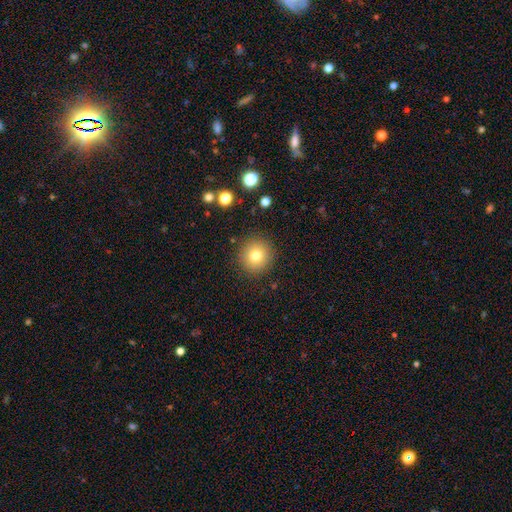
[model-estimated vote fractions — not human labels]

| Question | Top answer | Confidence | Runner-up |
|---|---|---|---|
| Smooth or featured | smooth | 78% | star or artifact (12%) |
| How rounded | round | 94% | in between (5%) |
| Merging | none | 90% | minor disturbance (7%) |